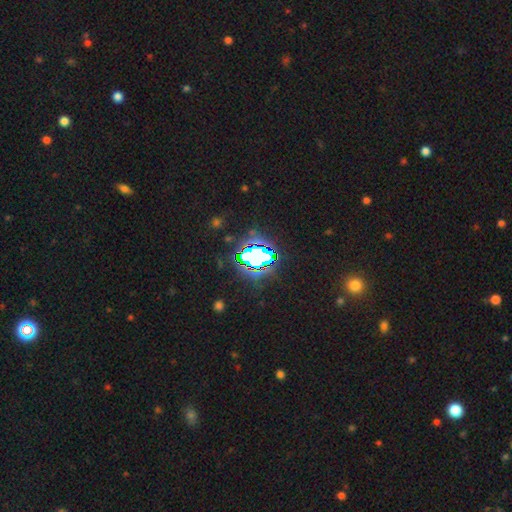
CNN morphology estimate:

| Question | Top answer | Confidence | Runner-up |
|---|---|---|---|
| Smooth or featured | star or artifact | 72% | smooth (17%) |